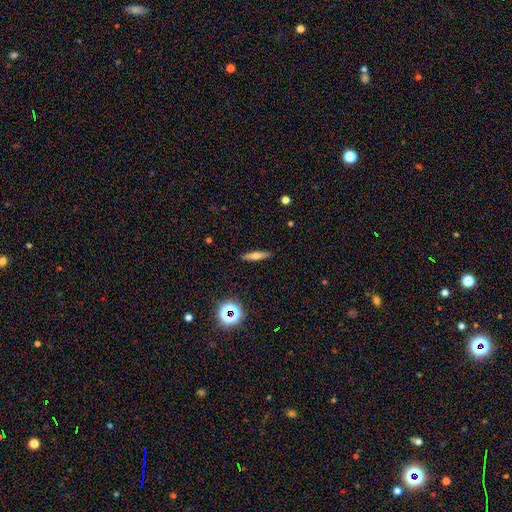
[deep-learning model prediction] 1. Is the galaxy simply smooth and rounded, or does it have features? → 56% smooth, 32% featured or disk, 11% star or artifact.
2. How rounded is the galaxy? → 83% cigar-shaped, 14% in between, 3% round.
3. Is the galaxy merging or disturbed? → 90% none, 7% minor disturbance, 2% major disturbance, 1% merger.